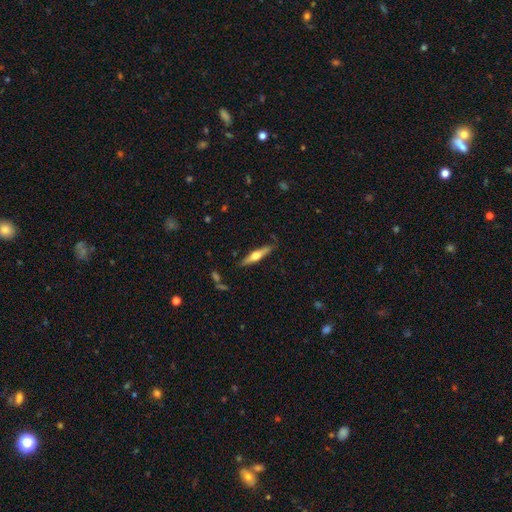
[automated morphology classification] A featured or disk galaxy (59%) viewed edge-on (96%) with a rounded central bulge (92%).

Vote fractions:
- Smooth or featured? featured or disk: 59% / smooth: 36% / star or artifact: 5%
- Edge-on disk? yes: 96% / no: 4%
- Edge-on bulge? rounded: 92% / boxy: 4% / none: 3%
- Merging? none: 85% / minor disturbance: 11% / major disturbance: 2% / merger: 2%